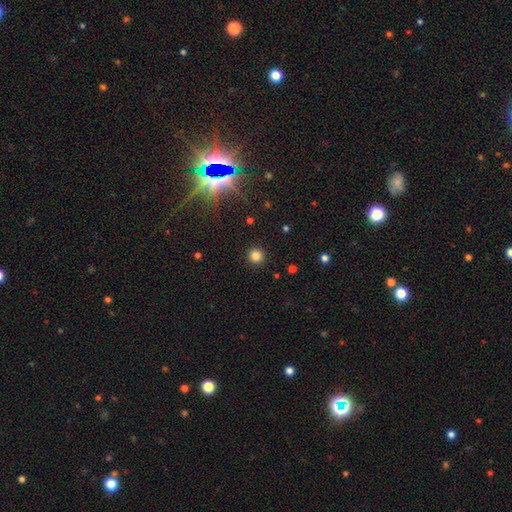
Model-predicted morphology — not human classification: Overall: smooth (81%). How rounded: round (95%). Merging: none (92%).